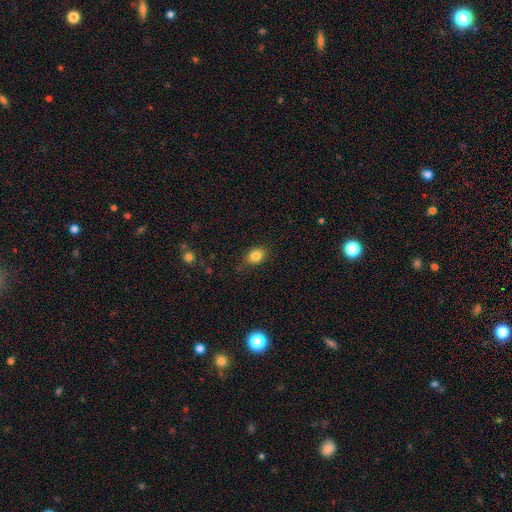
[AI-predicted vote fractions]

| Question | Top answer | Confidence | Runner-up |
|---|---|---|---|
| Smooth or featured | smooth | 84% | star or artifact (9%) |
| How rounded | in between | 74% | round (24%) |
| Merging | none | 79% | minor disturbance (16%) |